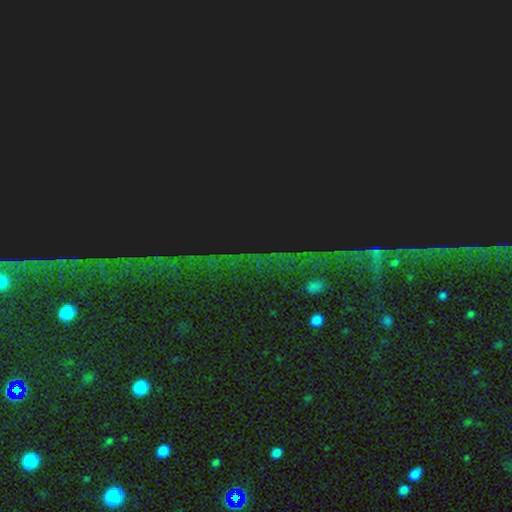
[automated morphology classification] smooth_or_featured: star or artifact (p=0.87) [alt: featured or disk p=0.07]